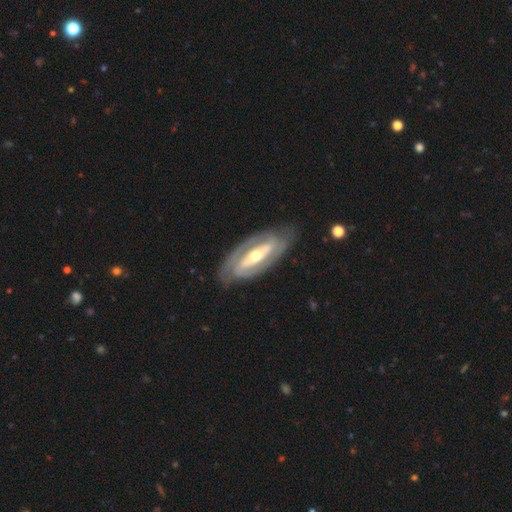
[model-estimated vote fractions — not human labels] A featured or disk galaxy (85%) with a strong bar (59%), 2 (82%) tight (59%) spiral arms (84%) and a moderate central bulge (59%).

Vote fractions:
- Smooth or featured? featured or disk: 85% / smooth: 11% / star or artifact: 4%
- Edge-on disk? no: 92% / yes: 8%
- Bar? strong: 59% / weak: 21% / no: 20%
- Spiral arms? yes: 84% / no: 16%
- Spiral winding? tight: 59% / medium: 32% / loose: 10%
- Spiral arm count? 2: 82% / can't tell: 10% / 1: 3% / 3: 2% / 4: 1% / more than 4: 1%
- Bulge size? moderate: 59% / small: 35% / large: 5% / dominant: 1% / none: 1%
- Merging? none: 81% / minor disturbance: 13% / major disturbance: 5% / merger: 1%